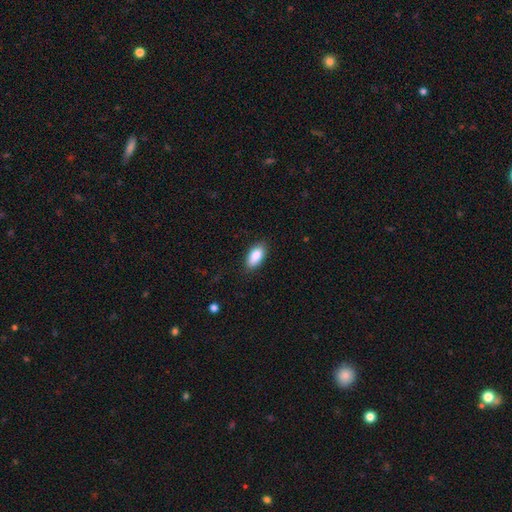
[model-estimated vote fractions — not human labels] smooth_or_featured: smooth (p=0.87) [alt: star or artifact p=0.07]
how_rounded: in between (p=0.92) [alt: cigar-shaped p=0.06]
merging: none (p=0.85) [alt: minor disturbance p=0.12]